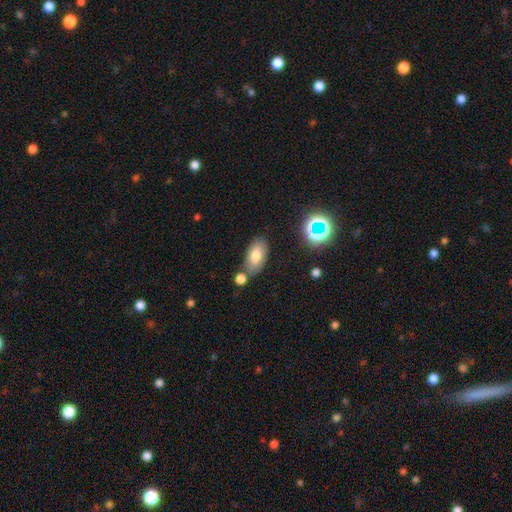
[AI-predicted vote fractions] Morphology: type=smooth (75%); roundness=in between (92%); merging=none (71%).